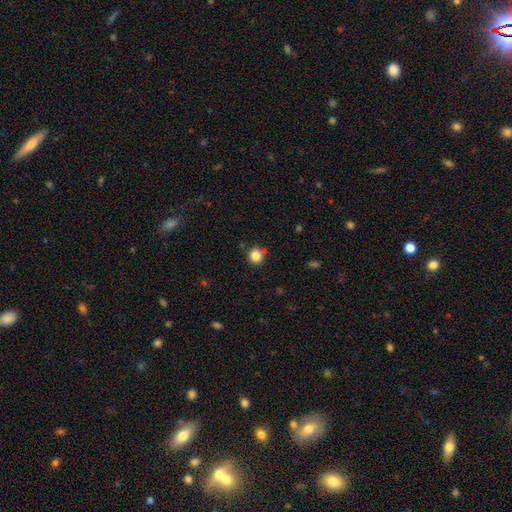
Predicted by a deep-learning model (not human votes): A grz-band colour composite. It shows a smooth galaxy with no disk features (84%) that is round (91%). Merging: none (80%).